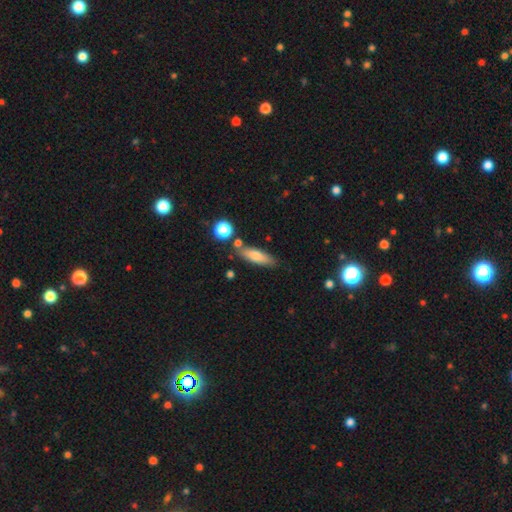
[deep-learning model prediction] Q: Smooth or featured?
A: smooth (70%); runner-up: featured or disk (22%)
Q: How rounded?
A: cigar-shaped (59%); runner-up: in between (39%)
Q: Merging?
A: none (77%); runner-up: minor disturbance (13%)